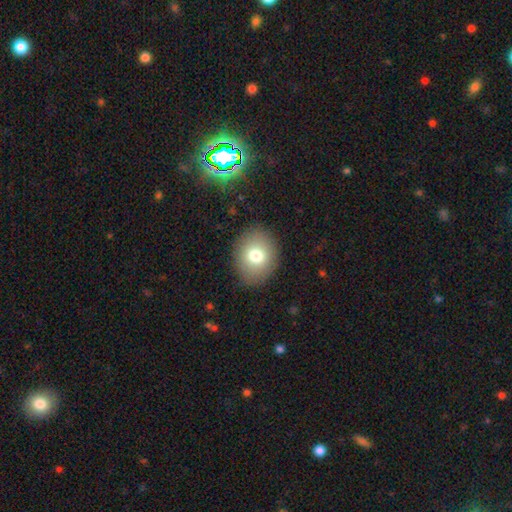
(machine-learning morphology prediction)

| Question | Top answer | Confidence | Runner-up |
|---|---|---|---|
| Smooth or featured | smooth | 77% | featured or disk (13%) |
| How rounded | round | 53% | in between (46%) |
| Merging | none | 88% | minor disturbance (8%) |